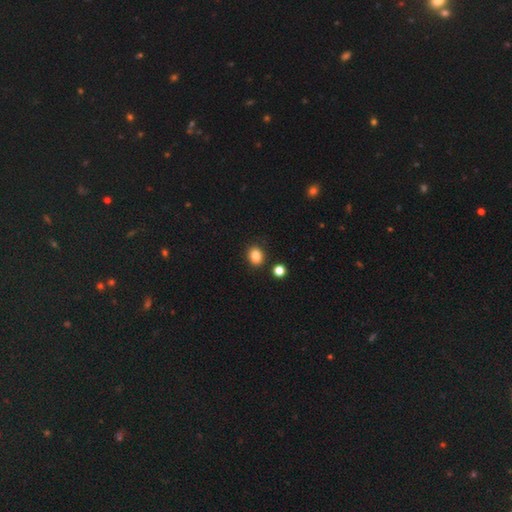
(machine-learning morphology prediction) smooth 84%, star or artifact 11%, featured or disk 6%. Down the decision tree: how rounded — round (55%); merging — none (86%).